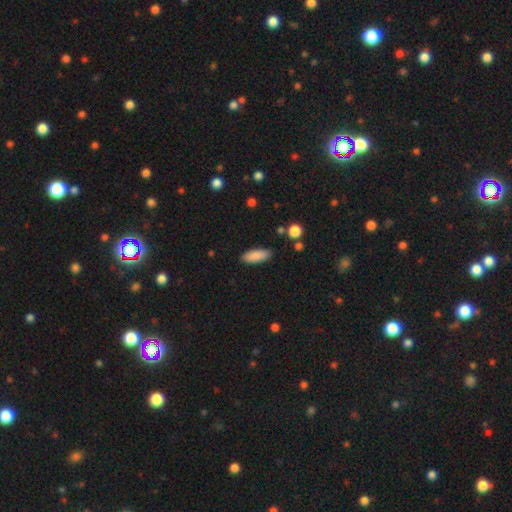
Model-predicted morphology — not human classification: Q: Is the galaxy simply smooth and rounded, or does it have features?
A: smooth — 88%.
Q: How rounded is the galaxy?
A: in between — 67%.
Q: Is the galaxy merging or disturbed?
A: none — 87%.